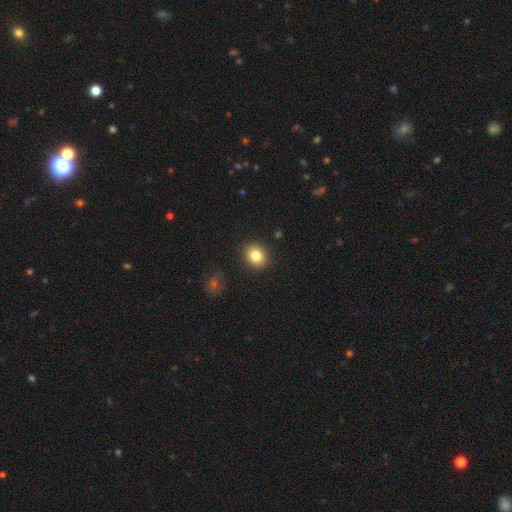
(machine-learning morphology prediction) Q: Smooth or featured?
A: smooth (83%); runner-up: star or artifact (10%)
Q: How rounded?
A: round (66%); runner-up: in between (33%)
Q: Merging?
A: none (90%); runner-up: minor disturbance (7%)